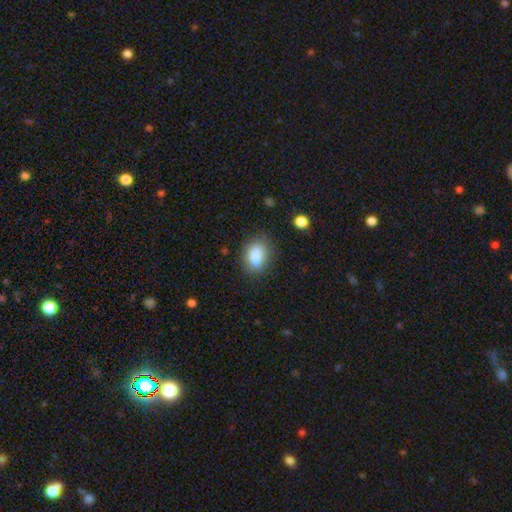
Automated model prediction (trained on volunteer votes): Q: Smooth or featured?
A: smooth (86%); runner-up: star or artifact (8%)
Q: How rounded?
A: in between (79%); runner-up: round (19%)
Q: Merging?
A: none (77%); runner-up: minor disturbance (16%)